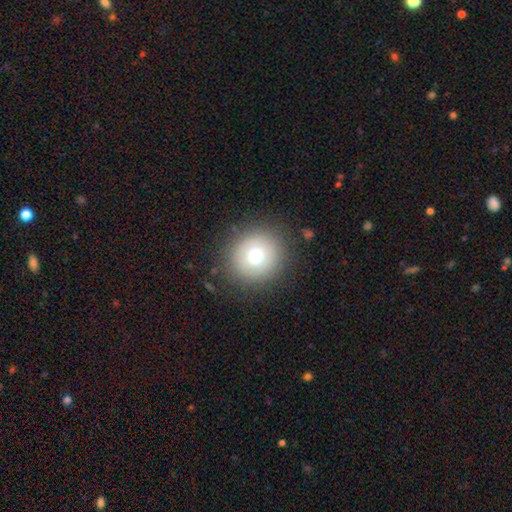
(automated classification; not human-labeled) Smooth or featured: smooth — 69% (featured or disk — 19%)
How rounded: round — 91% (in between — 8%)
Merging: none — 87% (minor disturbance — 8%)